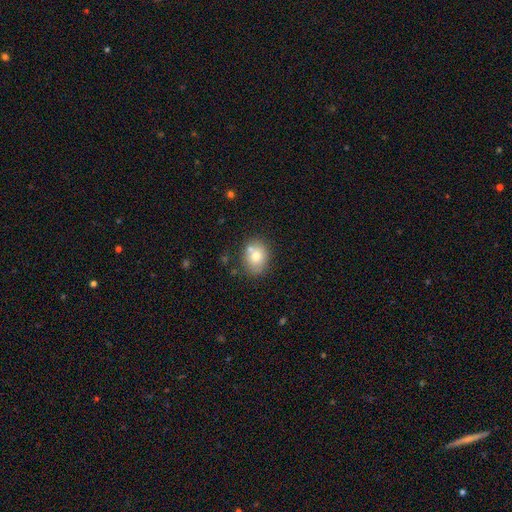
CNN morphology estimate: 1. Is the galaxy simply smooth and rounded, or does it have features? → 74% smooth, 17% featured or disk, 9% star or artifact.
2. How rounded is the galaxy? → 53% in between, 46% round, 1% cigar-shaped.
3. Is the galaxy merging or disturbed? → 67% none, 15% merger, 15% minor disturbance, 4% major disturbance.